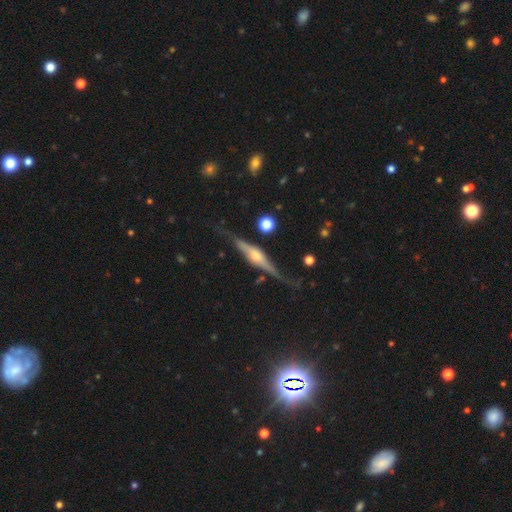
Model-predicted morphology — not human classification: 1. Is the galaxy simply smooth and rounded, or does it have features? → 83% featured or disk, 11% smooth, 6% star or artifact.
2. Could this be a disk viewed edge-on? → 92% yes, 8% no.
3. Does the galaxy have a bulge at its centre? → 86% rounded, 10% boxy, 4% none.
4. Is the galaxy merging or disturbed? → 71% none, 19% minor disturbance, 7% major disturbance, 3% merger.